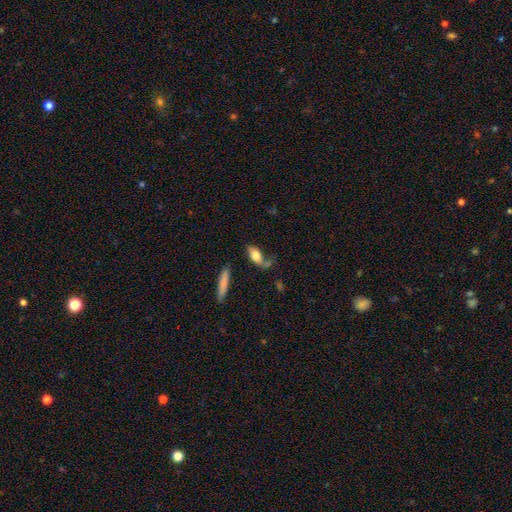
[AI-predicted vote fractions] This appears to be a smooth galaxy with no disk features (62%) that is in between round and cigar-shaped (74%). Merging: none (45%).